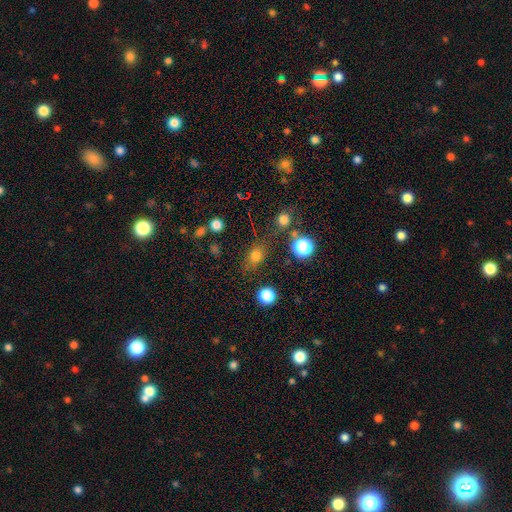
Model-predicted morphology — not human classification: A smooth galaxy with no disk features (75%) that is in between round and cigar-shaped (54%).

Vote fractions:
- Smooth or featured? smooth: 75% / star or artifact: 17% / featured or disk: 8%
- How rounded? in between: 54% / round: 43% / cigar-shaped: 3%
- Merging? none: 69% / minor disturbance: 16% / merger: 7% / major disturbance: 7%